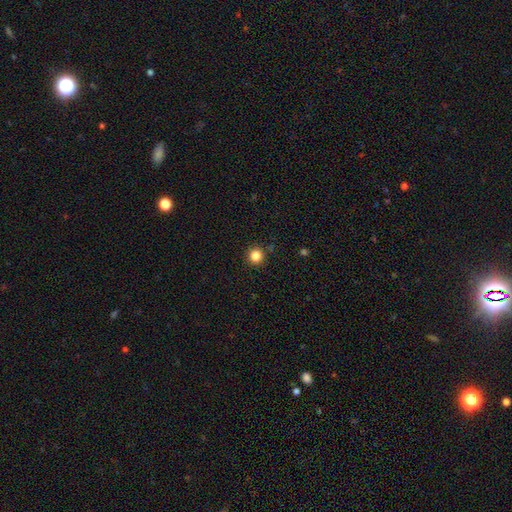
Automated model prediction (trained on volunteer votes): Q: Smooth or featured?
A: smooth (84%); runner-up: star or artifact (12%)
Q: How rounded?
A: round (95%); runner-up: in between (4%)
Q: Merging?
A: none (90%); runner-up: minor disturbance (6%)